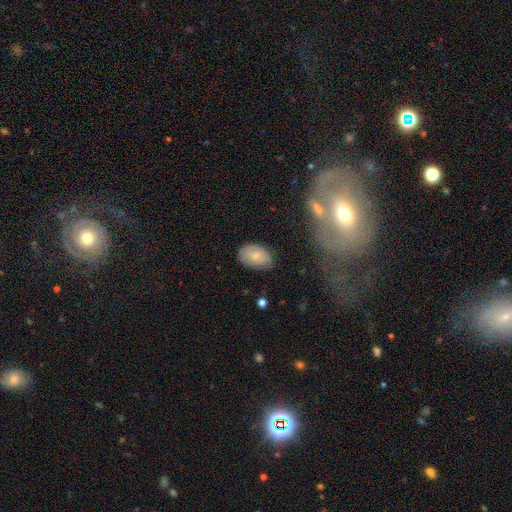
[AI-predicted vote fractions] A smooth galaxy with no disk features (73%) that is in between round and cigar-shaped (88%).

Vote fractions:
- Smooth or featured? smooth: 73% / featured or disk: 20% / star or artifact: 7%
- How rounded? in between: 88% / round: 11% / cigar-shaped: 1%
- Merging? none: 69% / minor disturbance: 24% / major disturbance: 5% / merger: 2%